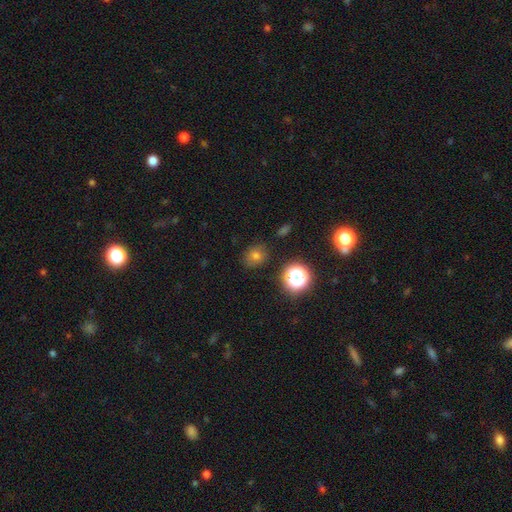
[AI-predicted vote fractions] A smooth galaxy with no disk features (70%) that is round (66%). Merging: none (81%).